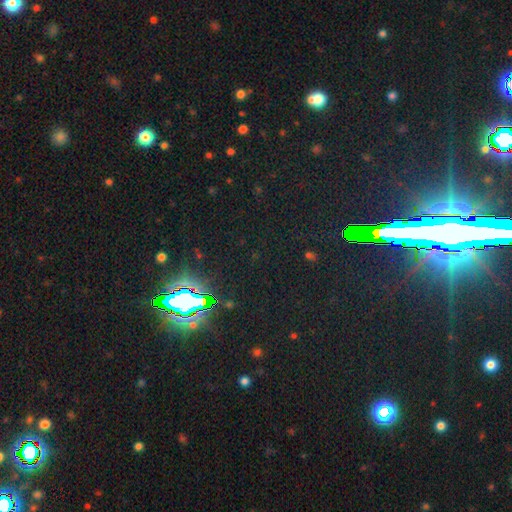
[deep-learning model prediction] This is clearly a star or artifact rather than a galaxy (83%).